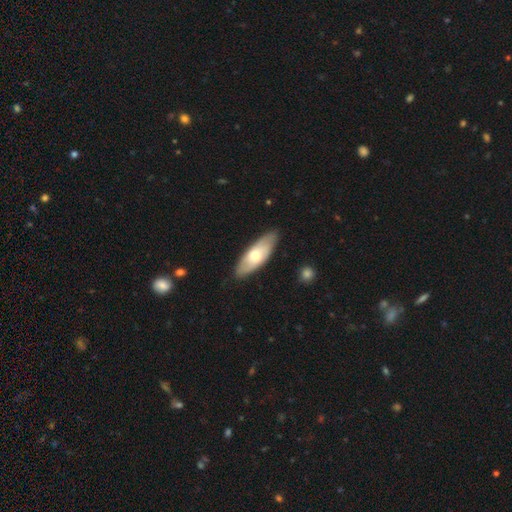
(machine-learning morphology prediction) Smooth or featured?
  - smooth: 56% *
  - featured or disk: 39%
  - star or artifact: 5%
How rounded?
  - in between: 72% *
  - cigar-shaped: 26%
  - round: 2%
Merging?
  - none: 85% *
  - minor disturbance: 11%
  - major disturbance: 2%
  - merger: 1%